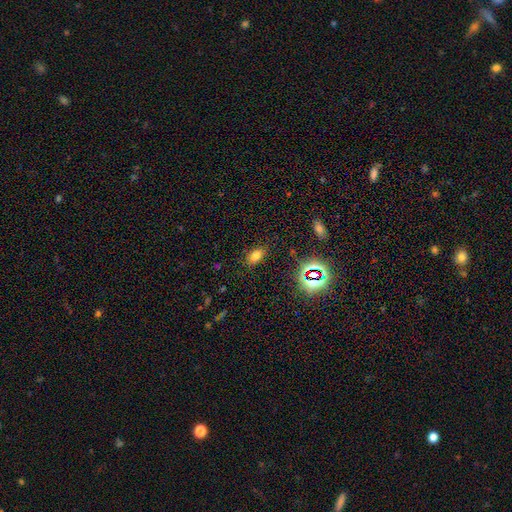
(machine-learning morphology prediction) Q: Smooth or featured?
A: smooth (72%); runner-up: star or artifact (21%)
Q: How rounded?
A: in between (85%); runner-up: round (12%)
Q: Merging?
A: none (84%); runner-up: minor disturbance (11%)